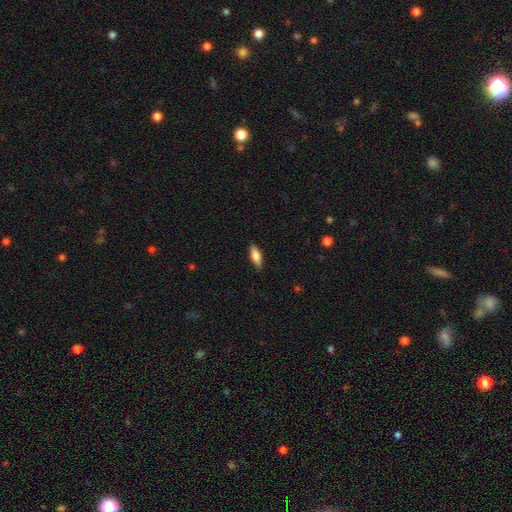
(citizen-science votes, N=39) A smooth galaxy with no disk features (67%) that is cigar-shaped (54%).

Vote fractions:
- Smooth or featured? smooth: 67% / featured or disk: 28% / star or artifact: 5%
- How rounded? cigar-shaped: 54% / in between: 42% / round: 4%
- Merging? none: 89% / minor disturbance: 8% / major disturbance: 3% / merger: 0%